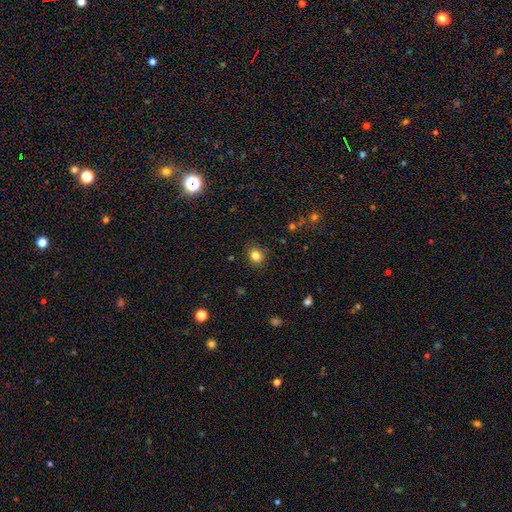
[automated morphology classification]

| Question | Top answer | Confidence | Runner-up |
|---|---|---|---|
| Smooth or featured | smooth | 82% | star or artifact (12%) |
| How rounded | round | 75% | in between (24%) |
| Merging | none | 86% | minor disturbance (10%) |